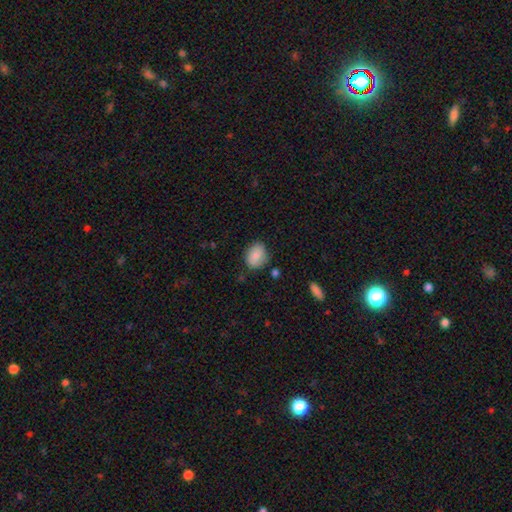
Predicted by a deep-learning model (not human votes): Morphology: type=smooth (82%); roundness=in between (56%); merging=none (71%).